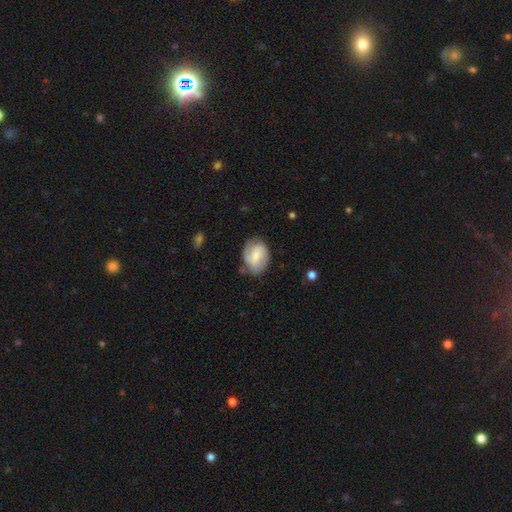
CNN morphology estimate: The model was most divided on "bar": weak: 46%, no: 42%, strong: 12%. More confident: edge-on disk — no (97%); spiral arms — yes (87%); merging — none (66%); smooth or featured — featured or disk (57%); bulge size — small (54%).